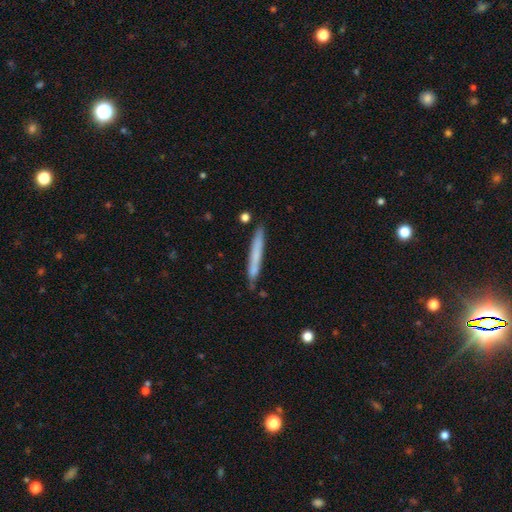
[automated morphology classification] Smooth or featured? smooth (67%)
How rounded? cigar-shaped (96%)
Merging? none (83%)